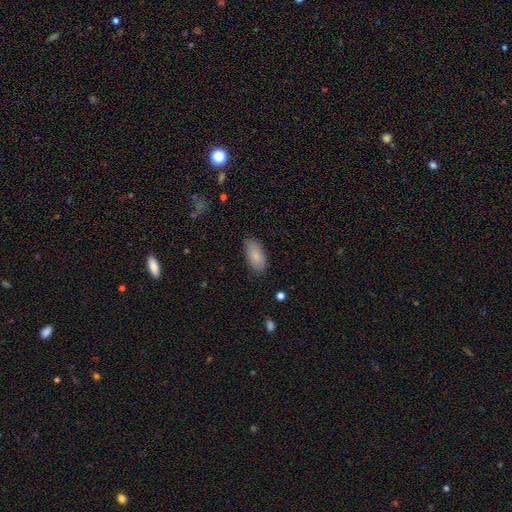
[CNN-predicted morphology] Smooth or featured?
  - smooth: 84% *
  - featured or disk: 9%
  - star or artifact: 7%
How rounded?
  - in between: 93% *
  - cigar-shaped: 5%
  - round: 3%
Merging?
  - none: 78% *
  - minor disturbance: 17%
  - major disturbance: 3%
  - merger: 1%